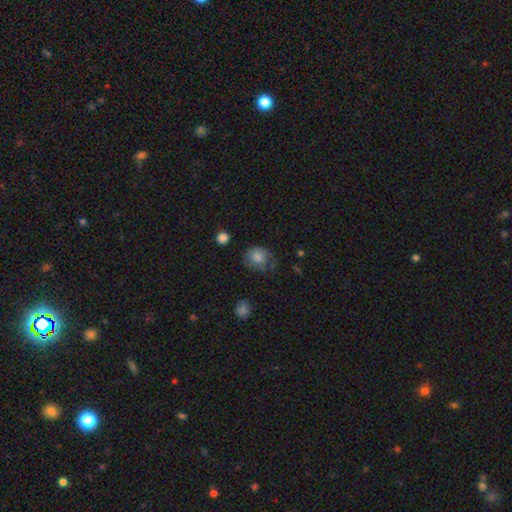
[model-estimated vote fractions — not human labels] The model was most divided on "merging": none: 63%, minor disturbance: 26%, major disturbance: 9%, merger: 2%. More confident: smooth or featured — smooth (74%); how rounded — round (70%).